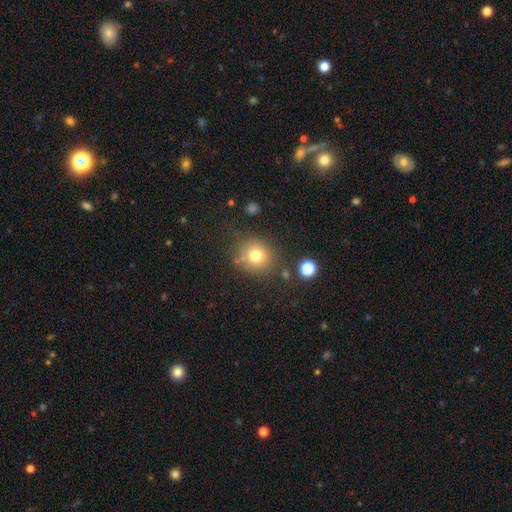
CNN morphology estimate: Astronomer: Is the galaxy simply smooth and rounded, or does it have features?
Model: smooth — 76%.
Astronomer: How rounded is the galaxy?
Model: round — 83%.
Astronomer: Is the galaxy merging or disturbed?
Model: none — 76%.